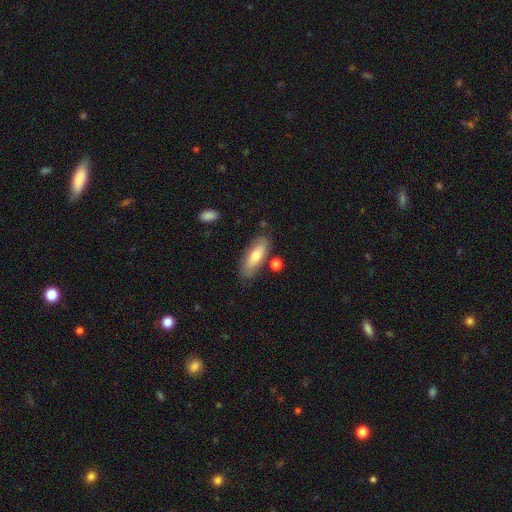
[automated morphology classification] Q: Smooth or featured?
A: smooth (67%); runner-up: featured or disk (27%)
Q: How rounded?
A: in between (72%); runner-up: cigar-shaped (26%)
Q: Merging?
A: none (77%); runner-up: minor disturbance (15%)